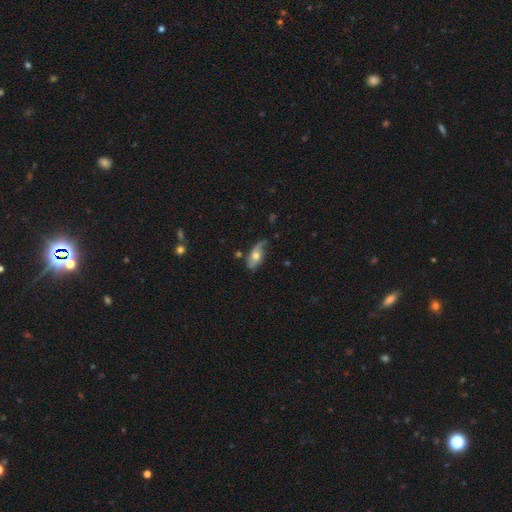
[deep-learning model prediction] The model was most divided on "smooth or featured": featured or disk: 48%, smooth: 45%, star or artifact: 7%. More confident: merging — none (53%).